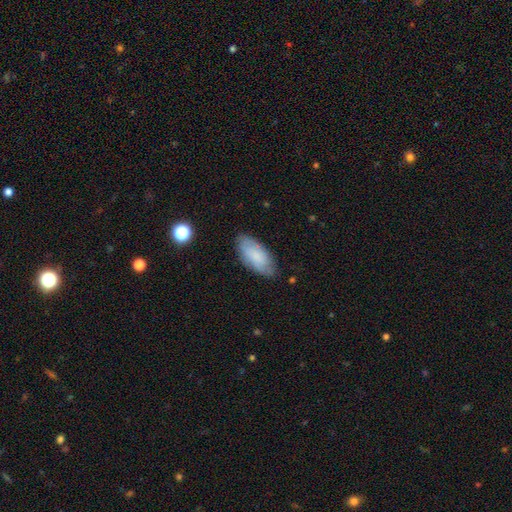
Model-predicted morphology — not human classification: A smooth galaxy with no disk features (70%) that is in between round and cigar-shaped (90%).

Vote fractions:
- Smooth or featured? smooth: 70% / featured or disk: 22% / star or artifact: 7%
- How rounded? in between: 90% / cigar-shaped: 8% / round: 2%
- Merging? none: 78% / minor disturbance: 17% / major disturbance: 4% / merger: 1%